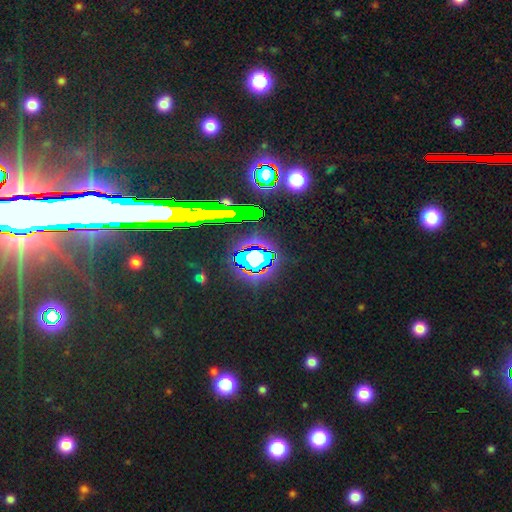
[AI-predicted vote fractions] star or artifact 68%, smooth 19%, featured or disk 13%.